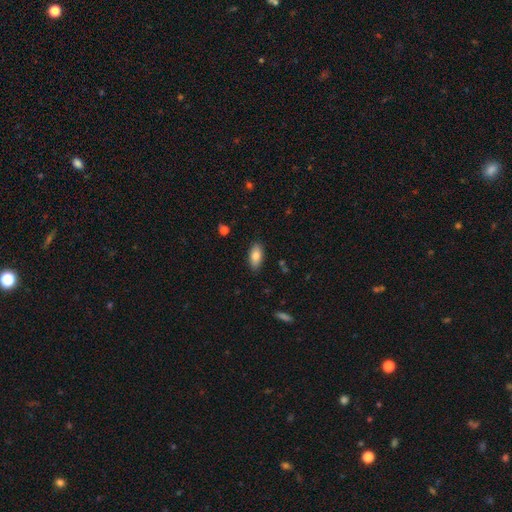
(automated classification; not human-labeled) This appears to be a smooth galaxy with no disk features (82%) that is in between round and cigar-shaped (89%). Merging: none (87%).